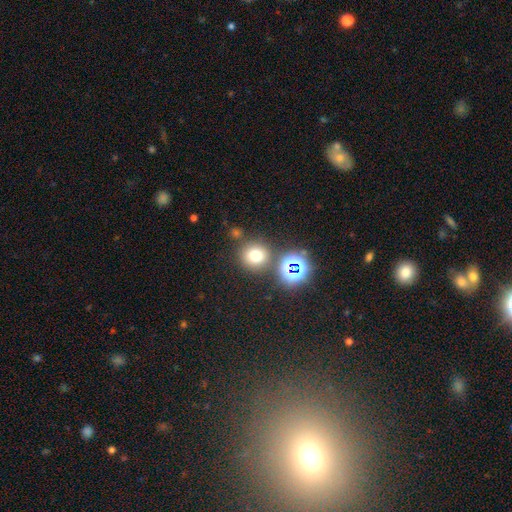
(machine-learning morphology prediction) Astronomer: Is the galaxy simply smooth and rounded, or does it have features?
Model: smooth — 69%.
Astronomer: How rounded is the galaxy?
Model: round — 90%.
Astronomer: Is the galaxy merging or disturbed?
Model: none — 77%.